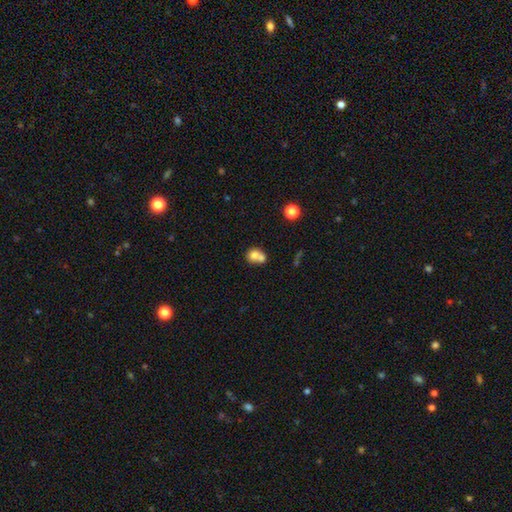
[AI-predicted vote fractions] This is likely a smooth galaxy (71%). How rounded: likely round (71%). Merging: likely merger (62%).